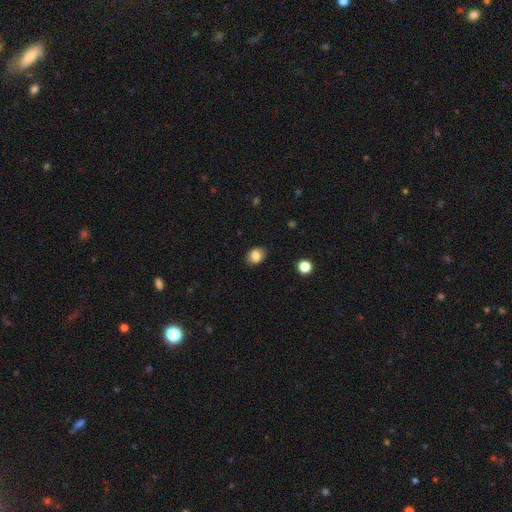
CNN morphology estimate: The model was most divided on "how rounded": in between: 56%, round: 44%, cigar-shaped: 1%. More confident: merging — none (86%); smooth or featured — smooth (83%).